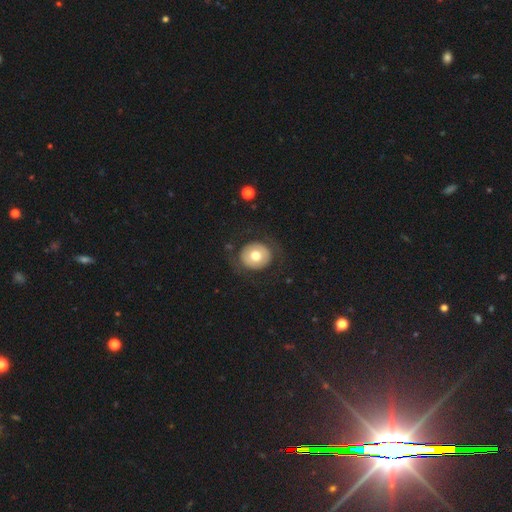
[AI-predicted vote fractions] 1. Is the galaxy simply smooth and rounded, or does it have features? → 64% smooth, 29% featured or disk, 7% star or artifact.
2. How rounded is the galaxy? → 85% round, 14% in between, 1% cigar-shaped.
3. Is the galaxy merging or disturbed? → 80% none, 10% minor disturbance, 8% major disturbance, 1% merger.